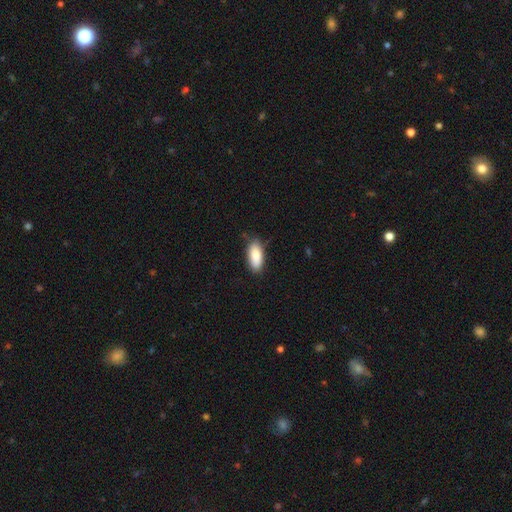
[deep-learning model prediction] Smooth or featured: smooth — 86% (featured or disk — 8%)
How rounded: in between — 86% (cigar-shaped — 12%)
Merging: none — 76% (minor disturbance — 19%)